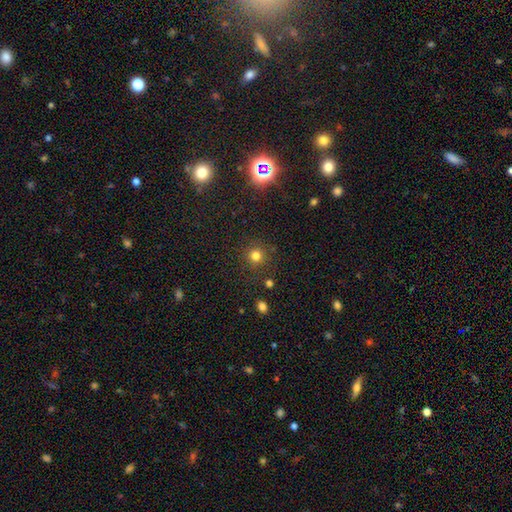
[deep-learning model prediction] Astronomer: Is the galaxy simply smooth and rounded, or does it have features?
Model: smooth — 79%.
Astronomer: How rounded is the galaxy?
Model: round — 93%.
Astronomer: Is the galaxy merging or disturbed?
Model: none — 86%.